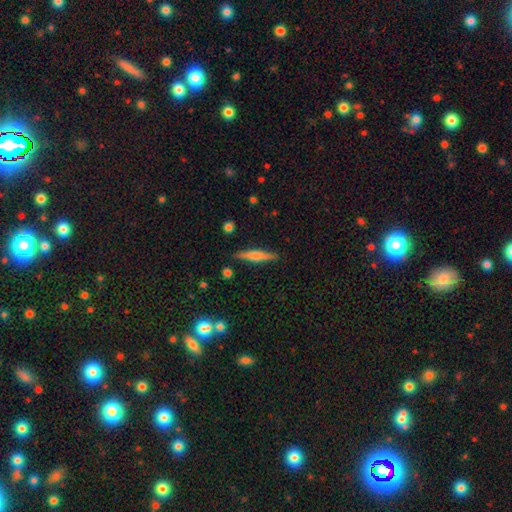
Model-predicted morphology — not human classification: smooth-or-featured: featured or disk: 48% | smooth: 45% | star or artifact: 7%
  merging: none: 88% | minor disturbance: 9% | major disturbance: 2% | merger: 2%